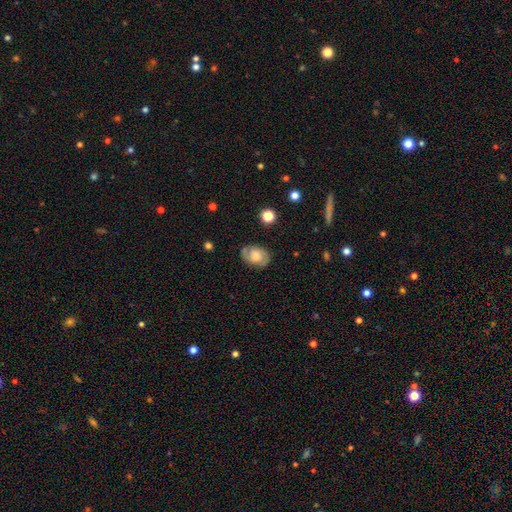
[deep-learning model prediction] featured or disk 56%, smooth 36%, star or artifact 8%. Down the decision tree: edge-on disk — no (96%); bar — no (64%); spiral arms — yes (82%); bulge size — moderate (45%); merging — none (78%).